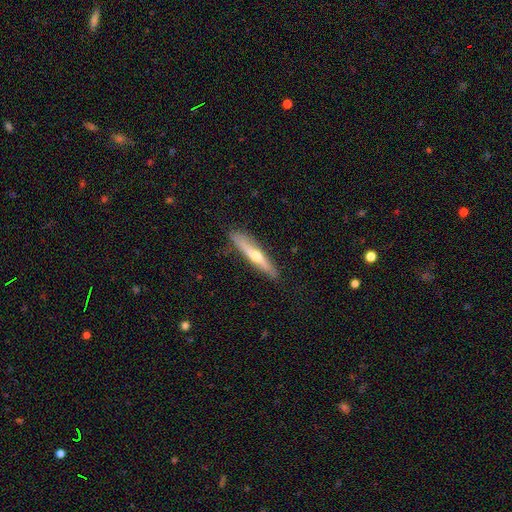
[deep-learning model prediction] A featured or disk galaxy (56%) viewed edge-on (92%) with a rounded central bulge (85%). Merging: none (85%).